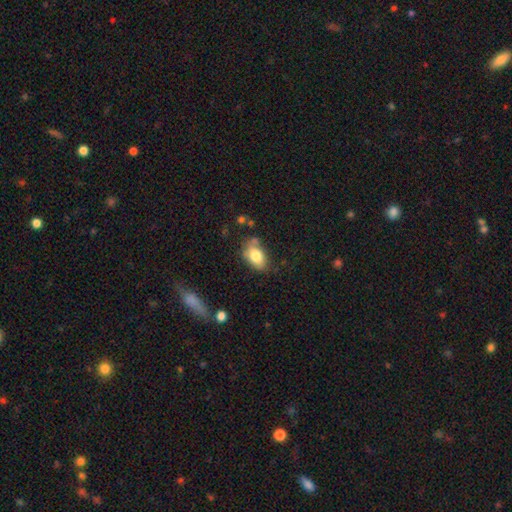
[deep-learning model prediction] Smooth or featured? Predicted: smooth (p=0.79). How rounded? Predicted: in between (p=0.88). Merging? Predicted: none (p=0.62).